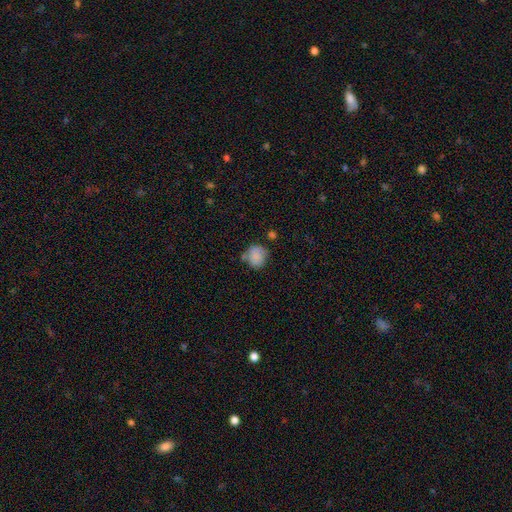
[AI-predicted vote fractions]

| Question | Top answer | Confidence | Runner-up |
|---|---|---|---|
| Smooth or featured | smooth | 83% | star or artifact (9%) |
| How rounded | round | 75% | in between (24%) |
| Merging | none | 58% | minor disturbance (25%) |